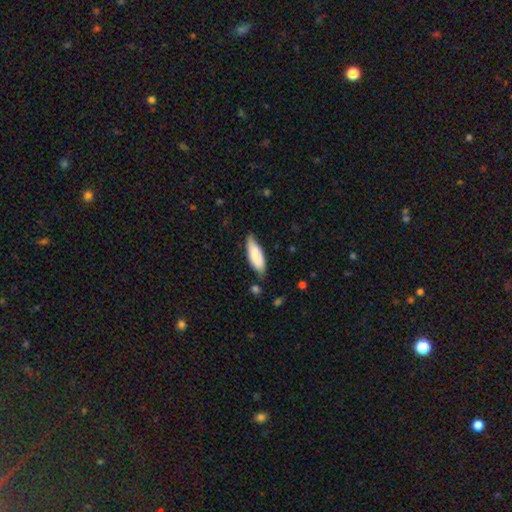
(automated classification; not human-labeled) This is clearly a smooth galaxy (82%). How rounded: likely in between (63%). Merging: likely none (70%).